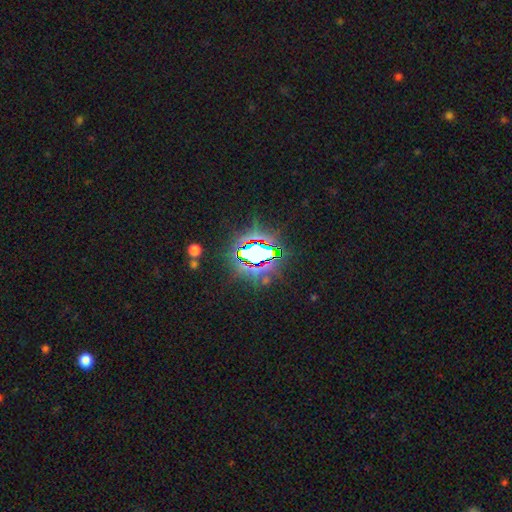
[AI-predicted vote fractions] Smooth or featured? star or artifact (73%)